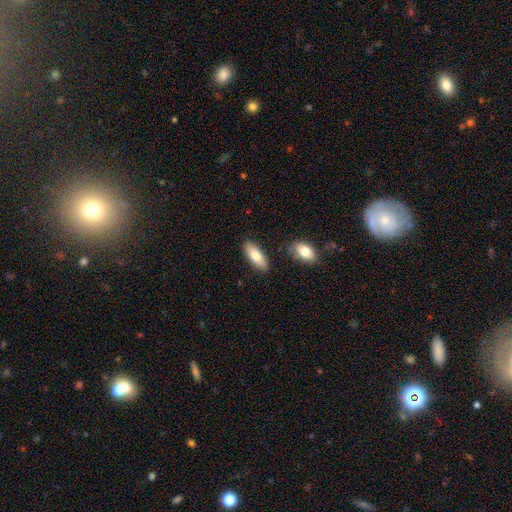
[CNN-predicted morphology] Smooth or featured: smooth — 79% (featured or disk — 15%)
How rounded: in between — 76% (cigar-shaped — 22%)
Merging: none — 83% (minor disturbance — 11%)